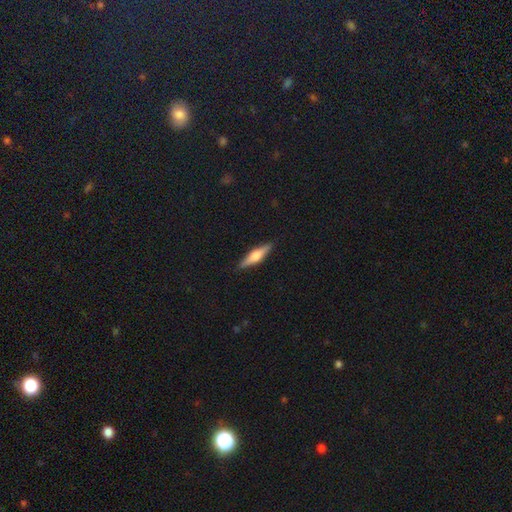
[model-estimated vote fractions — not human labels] Q: Smooth or featured?
A: featured or disk (53%); runner-up: smooth (41%)
Q: Edge-on disk?
A: yes (96%); runner-up: no (4%)
Q: Edge-on bulge?
A: rounded (87%); runner-up: boxy (9%)
Q: Merging?
A: none (90%); runner-up: minor disturbance (8%)